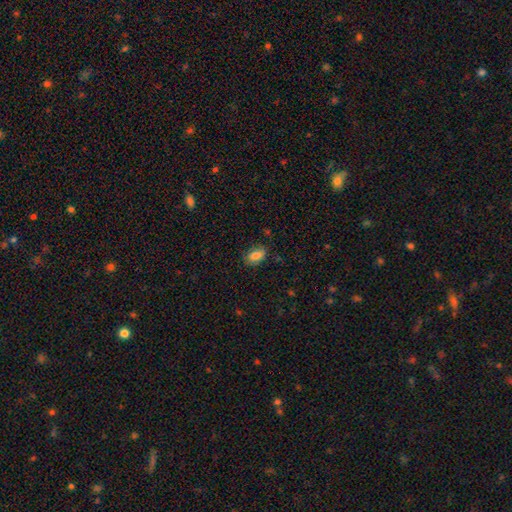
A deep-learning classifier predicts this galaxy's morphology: The model was most divided on "merging": none: 81%, minor disturbance: 15%, major disturbance: 3%, merger: 1%. More confident: how rounded — in between (89%); smooth or featured — smooth (82%).